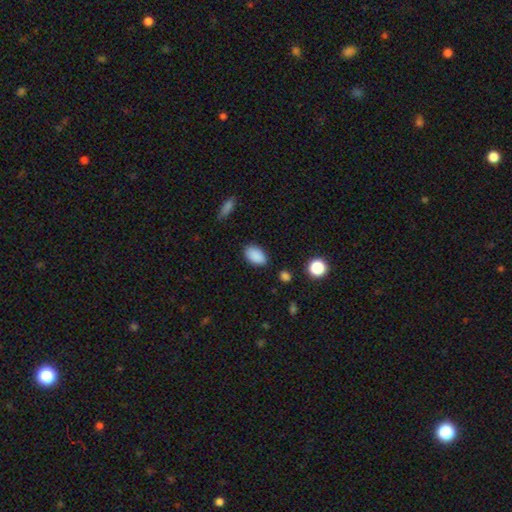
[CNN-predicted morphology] A smooth galaxy with no disk features (89%) that is in between round and cigar-shaped (92%). Merging: none (85%).